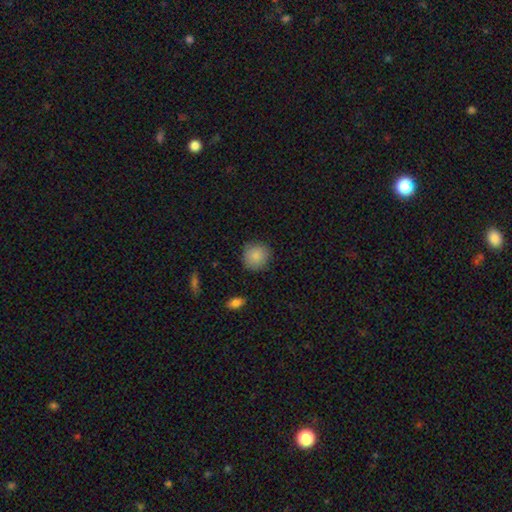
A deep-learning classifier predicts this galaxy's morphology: Smooth or featured? Predicted: smooth (p=0.87). How rounded? Predicted: round (p=0.90). Merging? Predicted: none (p=0.87).